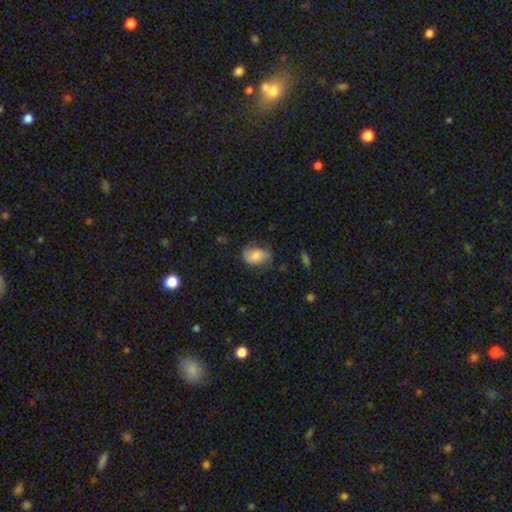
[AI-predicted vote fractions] A smooth galaxy with no disk features (73%) that is in between round and cigar-shaped (79%). Merging: none (63%).